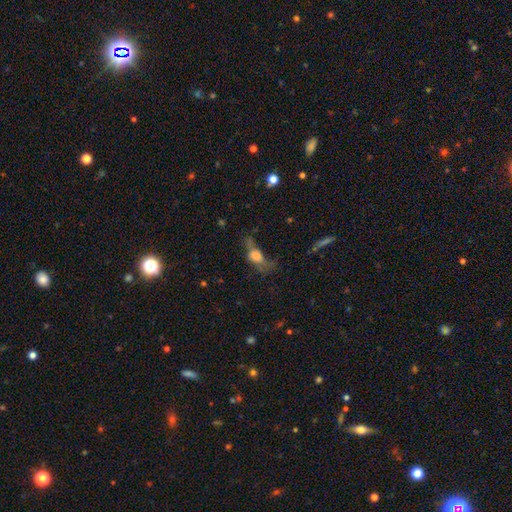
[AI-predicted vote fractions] Smooth or featured?
  - smooth: 53% *
  - featured or disk: 31%
  - star or artifact: 16%
How rounded?
  - in between: 68% *
  - round: 19%
  - cigar-shaped: 13%
Merging?
  - major disturbance: 49% *
  - none: 25%
  - minor disturbance: 19%
  - merger: 7%